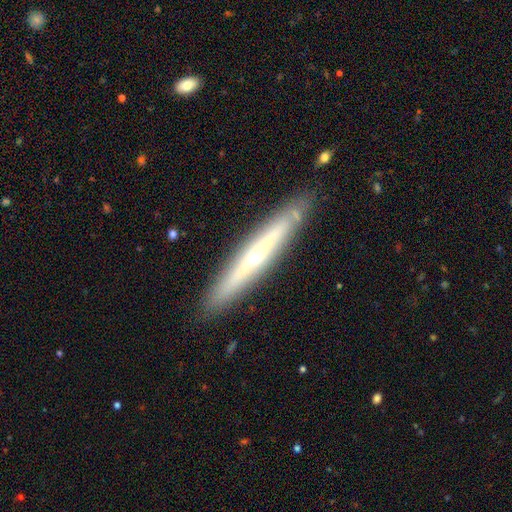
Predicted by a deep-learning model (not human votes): This is likely a featured or disk galaxy (65%). It is clearly viewed edge-on (89%). Edge-on bulge: likely rounded (70%). Merging: clearly none (87%).